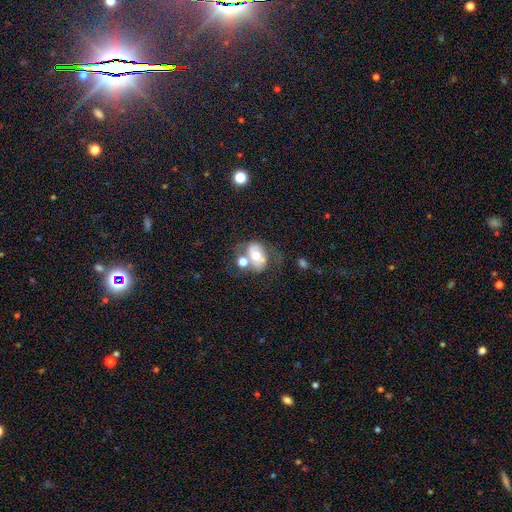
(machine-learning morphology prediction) This is possibly a featured or disk galaxy (49%). Merging: marginally merger (35%).